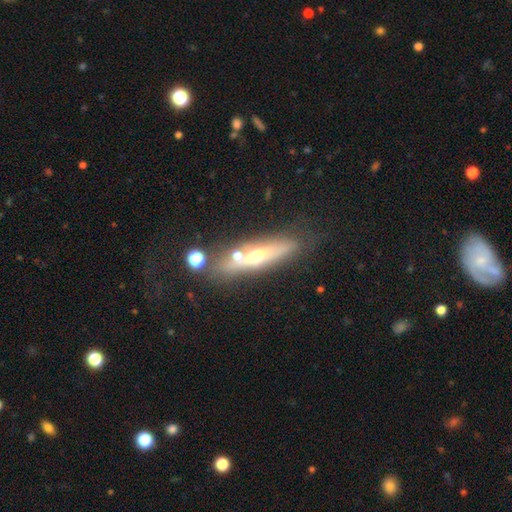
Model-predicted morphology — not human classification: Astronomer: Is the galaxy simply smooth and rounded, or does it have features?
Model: featured or disk — 56% (runner-up: smooth, 35%).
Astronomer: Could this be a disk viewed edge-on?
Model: yes — 72%.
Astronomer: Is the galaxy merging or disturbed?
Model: none — 65%.